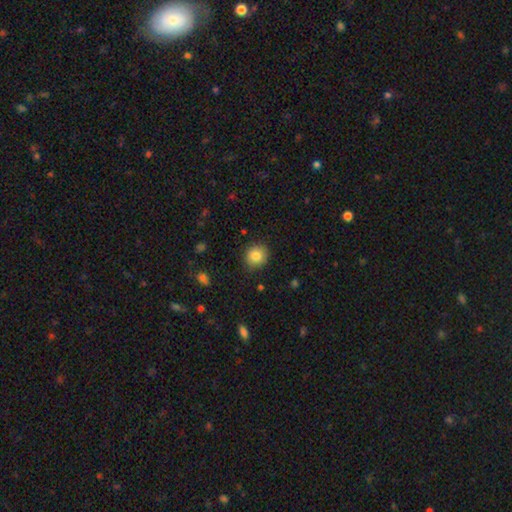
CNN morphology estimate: Q: Smooth or featured?
A: smooth (84%); runner-up: star or artifact (10%)
Q: How rounded?
A: round (85%); runner-up: in between (14%)
Q: Merging?
A: none (86%); runner-up: minor disturbance (10%)